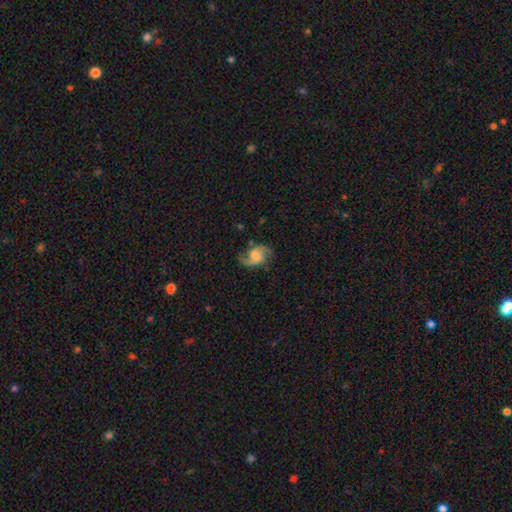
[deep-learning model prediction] Smooth or featured: featured or disk — 80% (smooth — 13%)
Edge-on disk: no — 98% (yes — 2%)
Bar: no — 45% (tied with weak — 45%)
Spiral arms: yes — 96% (no — 4%)
Spiral winding: loose — 48% (medium — 43%)
Spiral arm count: 2 — 91% (1 — 3%)
Bulge size: moderate — 42% (small — 27%)
Merging: none — 75% (minor disturbance — 16%)